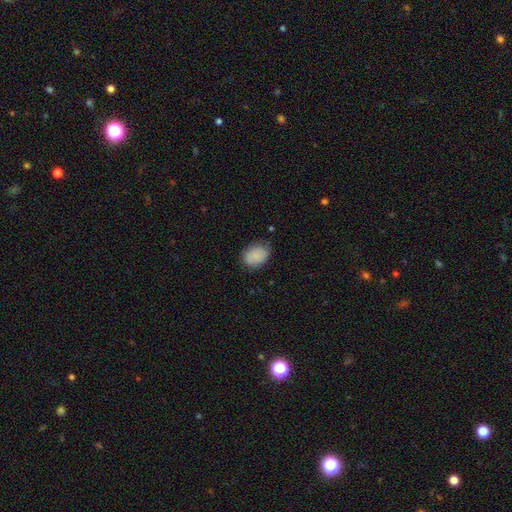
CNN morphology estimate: smooth-or-featured: smooth: 84% | featured or disk: 8% | star or artifact: 8%
  how-rounded: in between: 66% | round: 33% | cigar-shaped: 1%
  merging: none: 64% | minor disturbance: 29% | major disturbance: 6% | merger: 2%